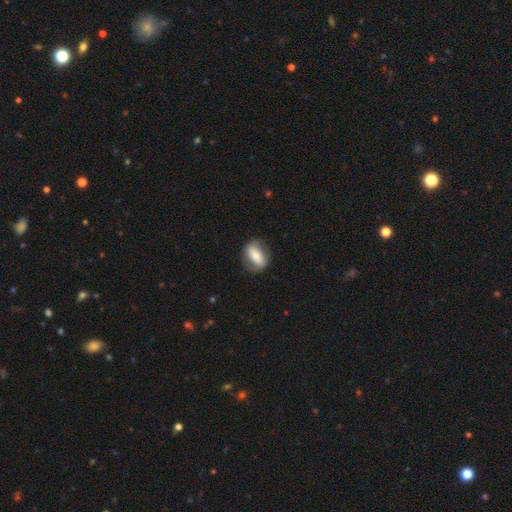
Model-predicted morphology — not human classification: This appears to be a smooth galaxy with no disk features (60%) that is in between round and cigar-shaped (74%). Merging: none (79%).